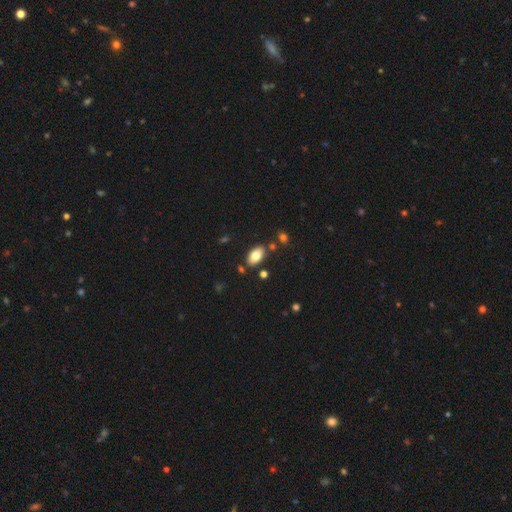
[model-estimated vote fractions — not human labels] Morphology: type=smooth (79%); roundness=in between (93%); merging=none (81%).